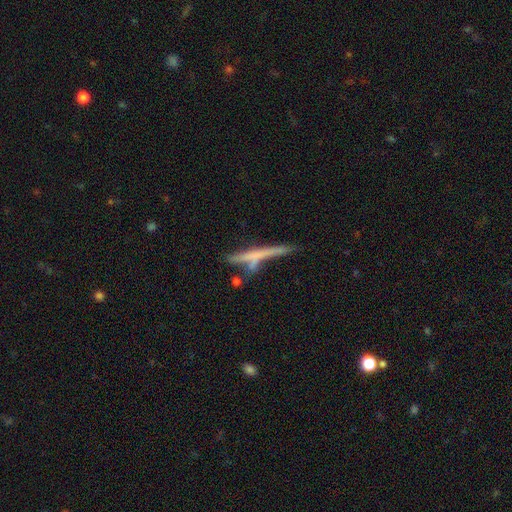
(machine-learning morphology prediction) Smooth or featured? Predicted: featured or disk (p=0.49). Merging? Predicted: none (p=0.50).